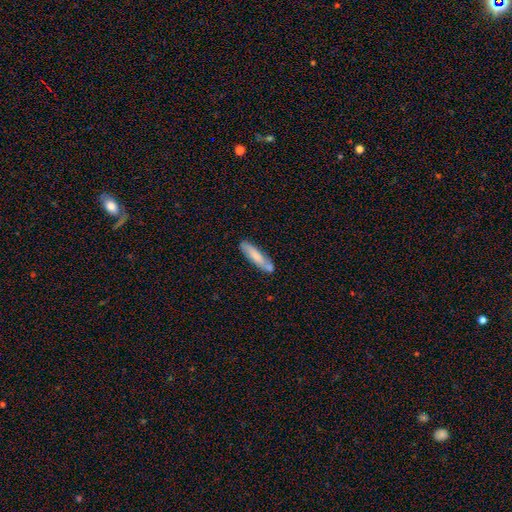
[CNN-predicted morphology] Smooth or featured: smooth — 72% (featured or disk — 22%)
How rounded: cigar-shaped — 79% (in between — 20%)
Merging: none — 70% (minor disturbance — 17%)